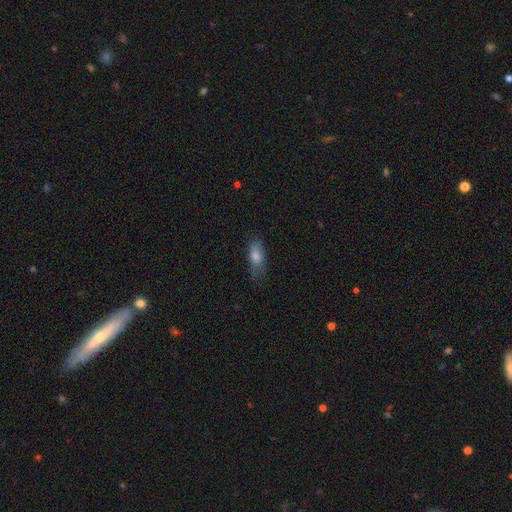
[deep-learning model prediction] Overall: smooth (71%). How rounded: in between (69%). Merging: none (62%; minor disturbance 26%).